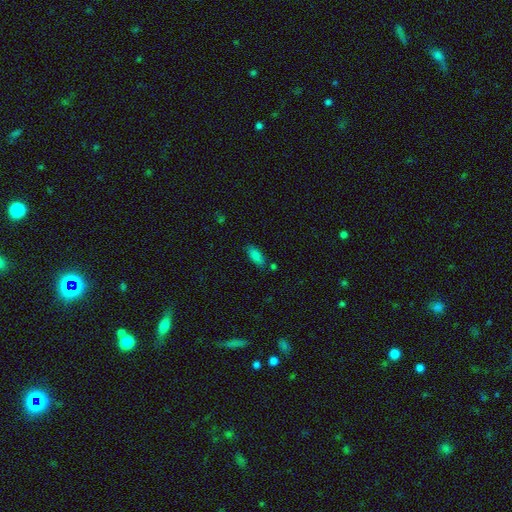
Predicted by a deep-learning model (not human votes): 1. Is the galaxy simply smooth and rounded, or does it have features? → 84% smooth, 9% star or artifact, 6% featured or disk.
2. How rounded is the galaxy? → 79% in between, 19% cigar-shaped, 2% round.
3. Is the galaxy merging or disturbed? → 75% none, 15% minor disturbance, 7% merger, 4% major disturbance.